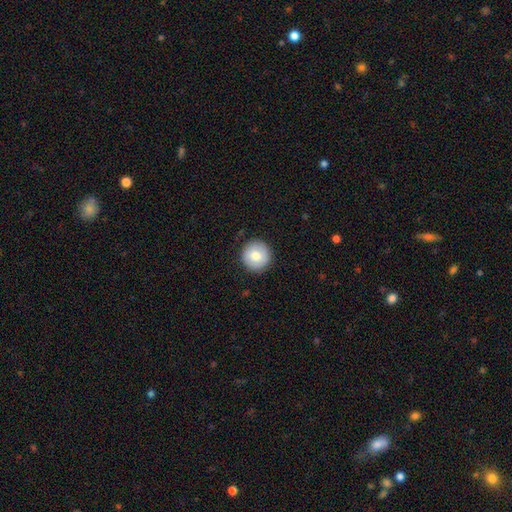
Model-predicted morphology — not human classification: The model was most divided on "smooth or featured": smooth: 78%, featured or disk: 14%, star or artifact: 7%. More confident: how rounded — round (96%); merging — none (91%).